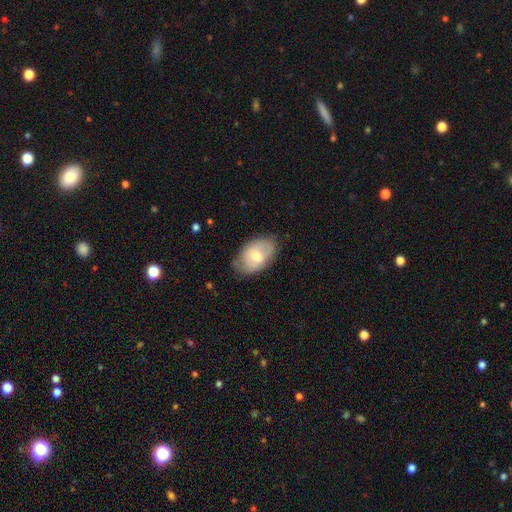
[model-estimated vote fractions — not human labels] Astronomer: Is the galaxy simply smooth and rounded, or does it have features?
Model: smooth — 62%.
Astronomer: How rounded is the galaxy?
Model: in between — 91%.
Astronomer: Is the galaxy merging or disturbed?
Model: none — 71%.